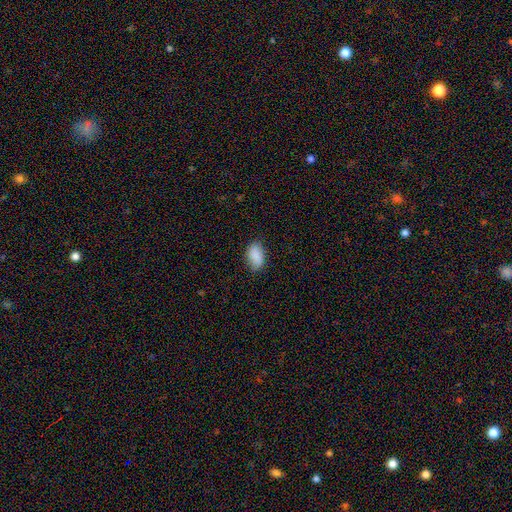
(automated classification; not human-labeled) Smooth or featured?
  - smooth: 87% *
  - star or artifact: 7%
  - featured or disk: 6%
How rounded?
  - in between: 92% *
  - round: 6%
  - cigar-shaped: 2%
Merging?
  - none: 77% *
  - minor disturbance: 19%
  - major disturbance: 4%
  - merger: 1%